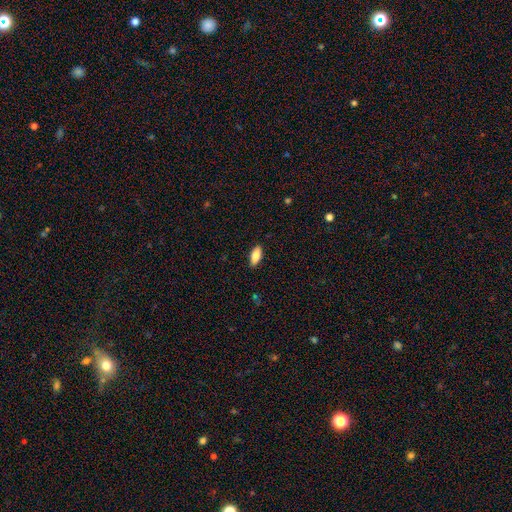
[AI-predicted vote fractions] smooth_or_featured: smooth (p=0.82) [alt: featured or disk p=0.11]
how_rounded: in between (p=0.85) [alt: cigar-shaped p=0.12]
merging: none (p=0.88) [alt: minor disturbance p=0.09]